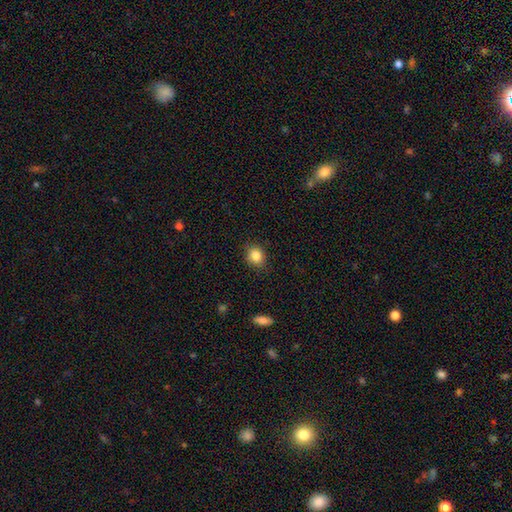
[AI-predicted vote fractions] A smooth galaxy with no disk features (85%) that is round (68%).

Vote fractions:
- Smooth or featured? smooth: 85% / star or artifact: 10% / featured or disk: 5%
- How rounded? round: 68% / in between: 31% / cigar-shaped: 1%
- Merging? none: 86% / minor disturbance: 10% / major disturbance: 2% / merger: 1%